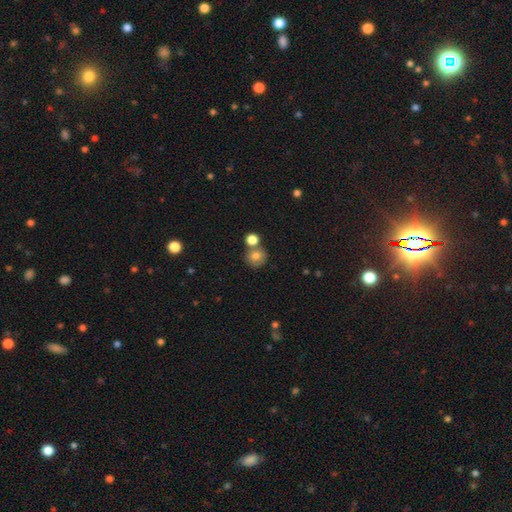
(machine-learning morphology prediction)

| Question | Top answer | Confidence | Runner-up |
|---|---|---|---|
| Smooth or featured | smooth | 79% | featured or disk (11%) |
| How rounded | round | 86% | in between (14%) |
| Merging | none | 57% | merger (30%) |